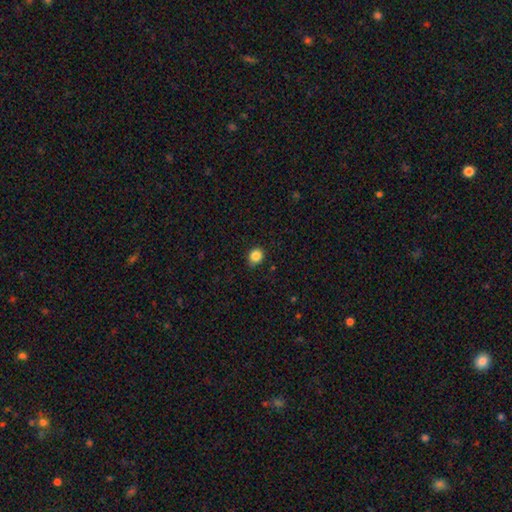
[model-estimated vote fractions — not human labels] Smooth or featured? Predicted: smooth (p=0.85). How rounded? Predicted: round (p=0.78). Merging? Predicted: none (p=0.84).